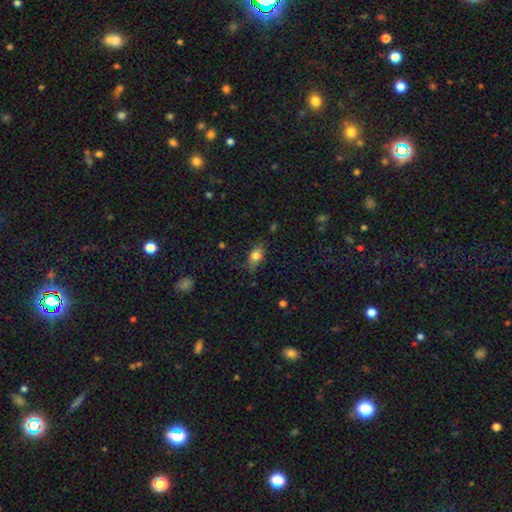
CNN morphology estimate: Smooth or featured? Predicted: smooth (p=0.76). How rounded? Predicted: in between (p=0.79). Merging? Predicted: none (p=0.71).